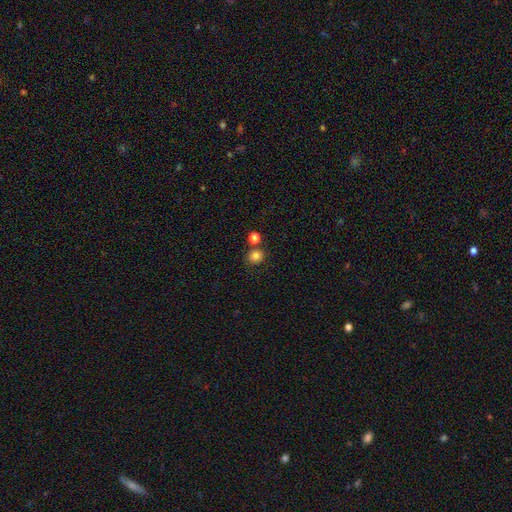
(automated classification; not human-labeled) Morphology: type=smooth (81%); roundness=round (81%); merging=none (74%).